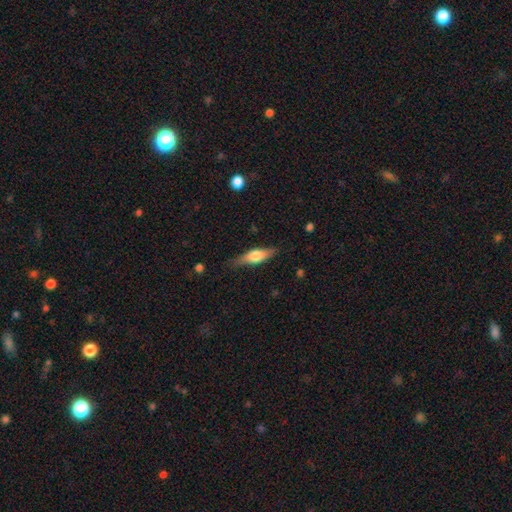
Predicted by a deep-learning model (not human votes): smooth-or-featured: smooth: 55% | featured or disk: 40% | star or artifact: 6%
  how-rounded: cigar-shaped: 53% | in between: 44% | round: 3%
  merging: none: 80% | minor disturbance: 16% | major disturbance: 3% | merger: 1%